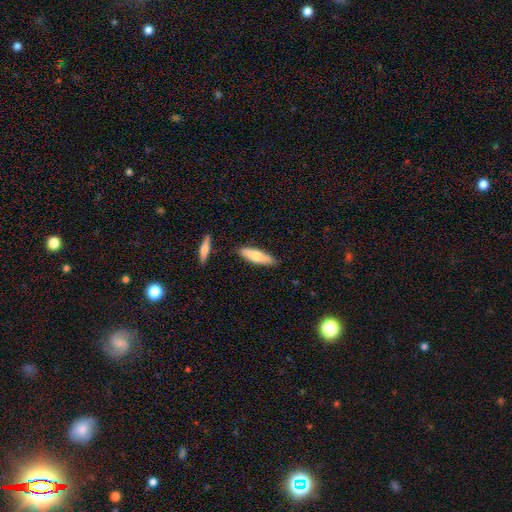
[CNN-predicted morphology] smooth 71%, featured or disk 24%, star or artifact 6%. Down the decision tree: how rounded — cigar-shaped (62%); merging — none (83%).